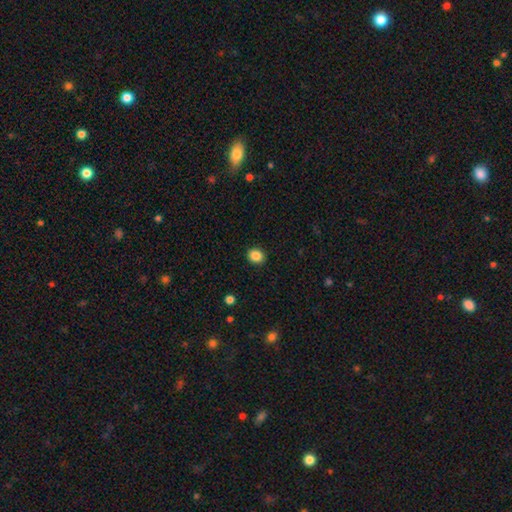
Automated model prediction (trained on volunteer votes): Morphology: type=smooth (86%); roundness=round (67%); merging=none (91%).